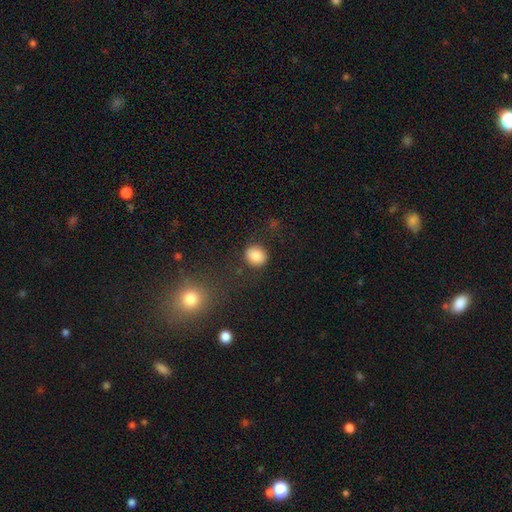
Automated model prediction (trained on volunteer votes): Smooth or featured: smooth — 85% (star or artifact — 9%)
How rounded: round — 78% (in between — 21%)
Merging: none — 82% (minor disturbance — 11%)